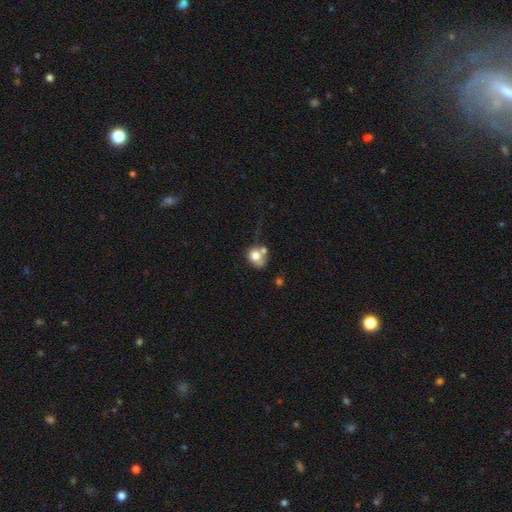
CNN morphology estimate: smooth_or_featured: smooth (p=0.71) [alt: featured or disk p=0.19]
how_rounded: round (p=0.65) [alt: in between p=0.34]
merging: merger (p=0.38) [alt: none p=0.32]